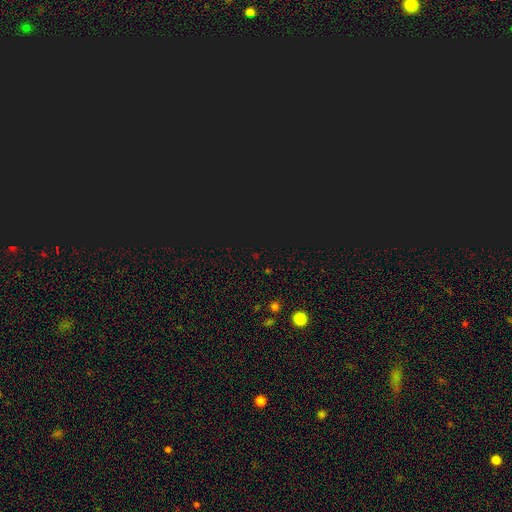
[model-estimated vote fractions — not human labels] smooth_or_featured: star or artifact (p=0.71) [alt: smooth p=0.22]